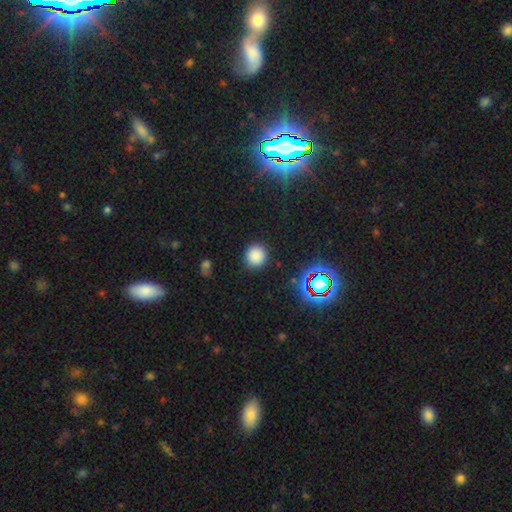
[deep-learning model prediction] Q: Smooth or featured?
A: smooth (82%); runner-up: star or artifact (14%)
Q: How rounded?
A: round (92%); runner-up: in between (7%)
Q: Merging?
A: none (89%); runner-up: minor disturbance (7%)